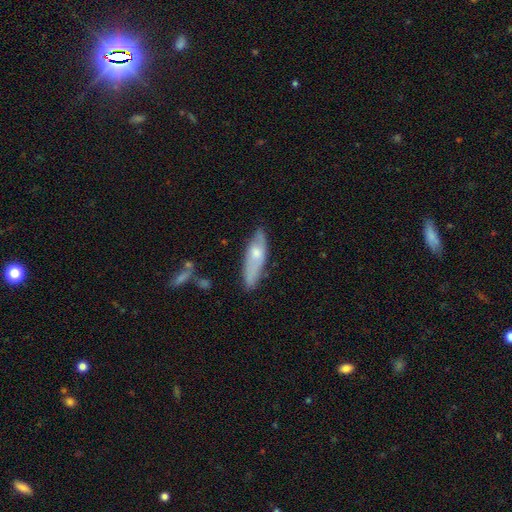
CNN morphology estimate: Smooth or featured: smooth — 52% (featured or disk — 42%)
How rounded: cigar-shaped — 53% (in between — 45%)
Merging: none — 68% (minor disturbance — 24%)